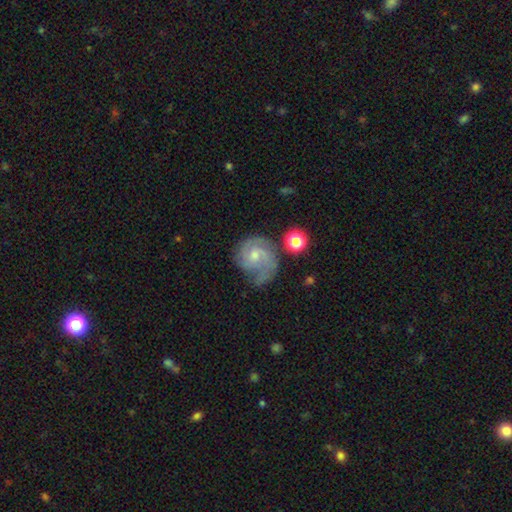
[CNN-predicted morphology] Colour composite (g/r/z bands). It shows a featured or disk galaxy (75%) with no bar (63%), 2 (45%) tight (42%, tied with medium) spiral arms (93%) and a small central bulge (52%). Merging: none (46%).